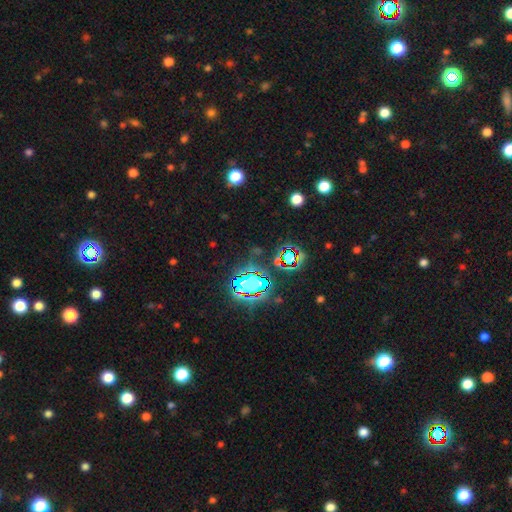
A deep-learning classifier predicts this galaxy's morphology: Smooth or featured? Predicted: star or artifact (p=0.78).